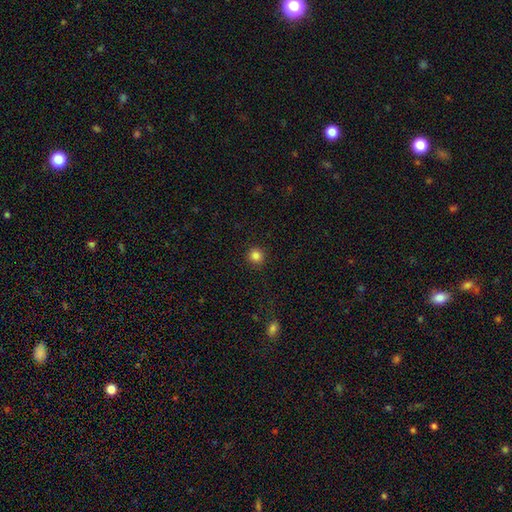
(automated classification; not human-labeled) Smooth or featured: smooth — 85% (star or artifact — 12%)
How rounded: round — 94% (in between — 5%)
Merging: none — 92% (minor disturbance — 5%)